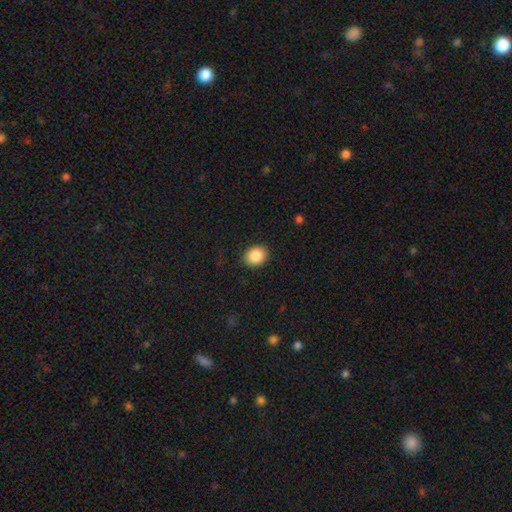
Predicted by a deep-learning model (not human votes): The model was most divided on "how rounded": round: 58%, in between: 41%, cigar-shaped: 1%. More confident: merging — none (90%); smooth or featured — smooth (87%).